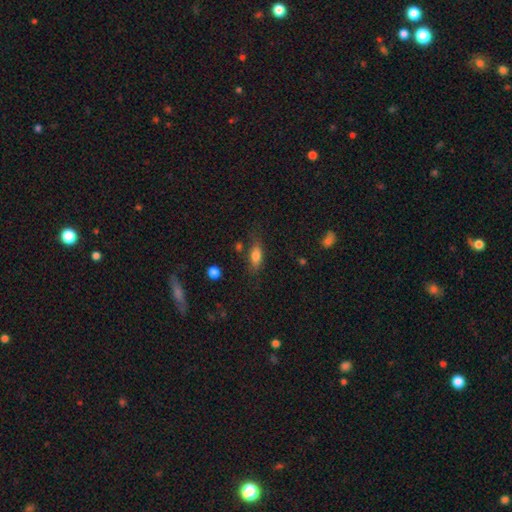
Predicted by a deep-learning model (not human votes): Smooth or featured? Predicted: smooth (p=0.75). How rounded? Predicted: in between (p=0.77). Merging? Predicted: none (p=0.68).